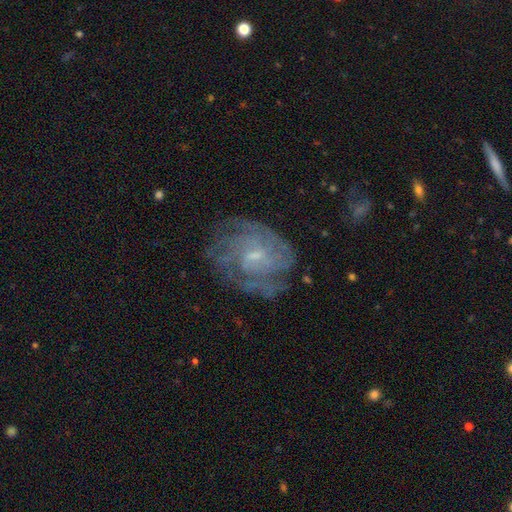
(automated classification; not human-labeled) This appears to be a featured or disk galaxy (79%) with a weak bar (55%), tight (57%) spiral arms (87%) and a small central bulge (61%). Merging: none (67%).